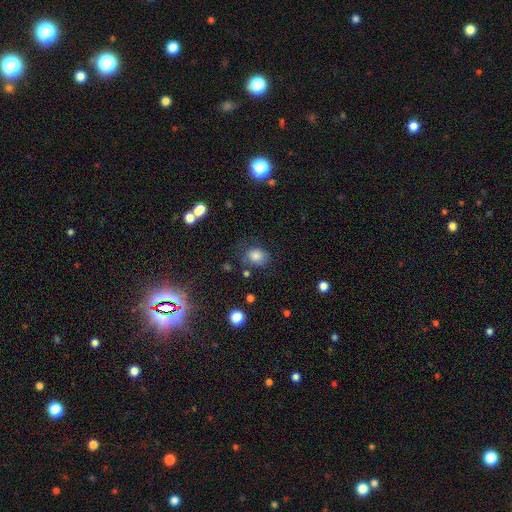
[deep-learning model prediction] A smooth galaxy with no disk features (79%) that is round (51%). Merging: none (63%).